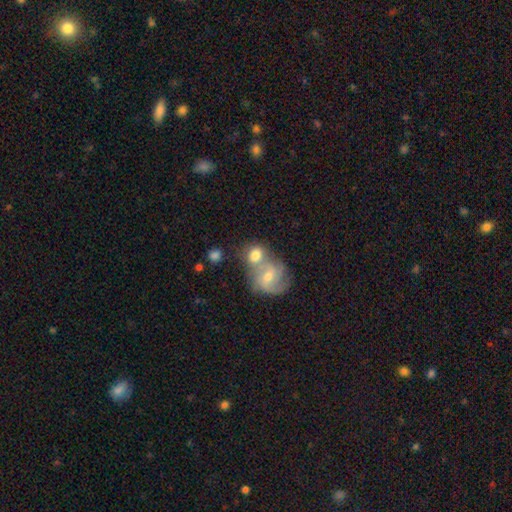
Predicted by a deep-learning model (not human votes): Smooth or featured? smooth (52%)
How rounded? round (64%)
Merging? merger (56%)